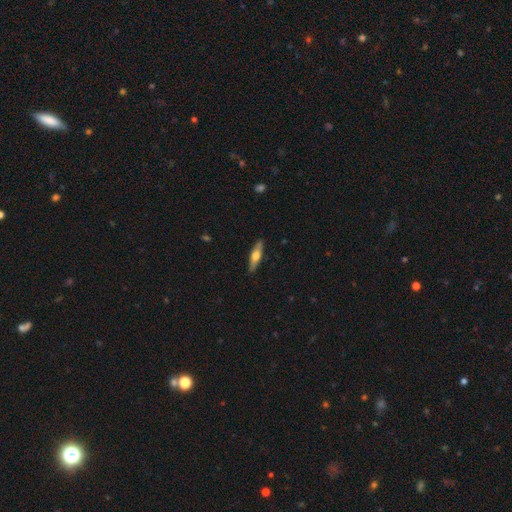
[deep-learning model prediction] Smooth or featured: smooth — 49% (featured or disk — 45%)
Merging: none — 89% (minor disturbance — 8%)